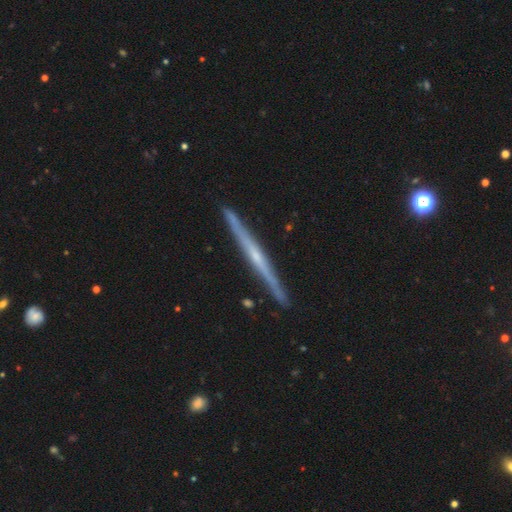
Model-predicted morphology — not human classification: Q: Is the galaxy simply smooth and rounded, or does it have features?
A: featured or disk — 80%.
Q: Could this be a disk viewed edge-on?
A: yes — 98%.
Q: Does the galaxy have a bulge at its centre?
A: rounded — 53%.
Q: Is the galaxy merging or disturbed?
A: none — 91%.